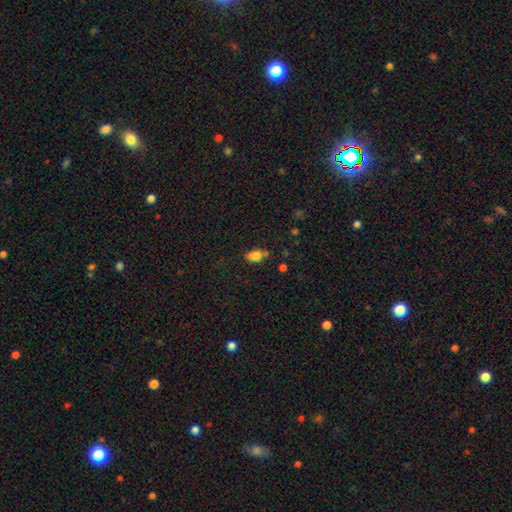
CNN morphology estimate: smooth_or_featured: smooth (p=0.83) [alt: star or artifact p=0.10]
how_rounded: in between (p=0.82) [alt: round p=0.16]
merging: none (p=0.65) [alt: minor disturbance p=0.21]